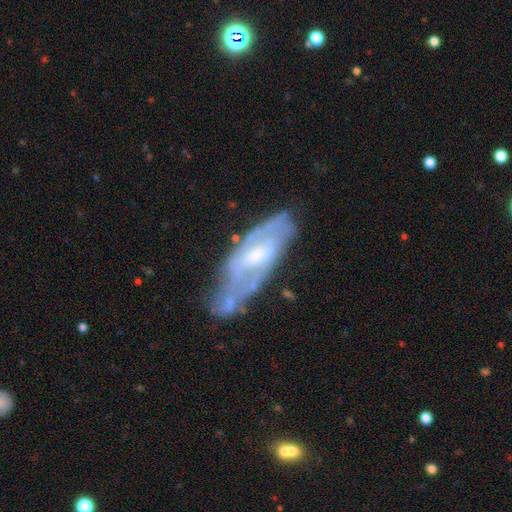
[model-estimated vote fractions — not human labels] smooth_or_featured: featured or disk (p=0.76) [alt: smooth p=0.17]
disk_edge_on: no (p=0.86) [alt: yes p=0.14]
bar: weak (p=0.51) [alt: no p=0.31]
has_spiral_arms: yes (p=0.75) [alt: no p=0.25]
bulge_size: moderate (p=0.47) [alt: small p=0.40]
merging: none (p=0.53) [alt: minor disturbance p=0.26]